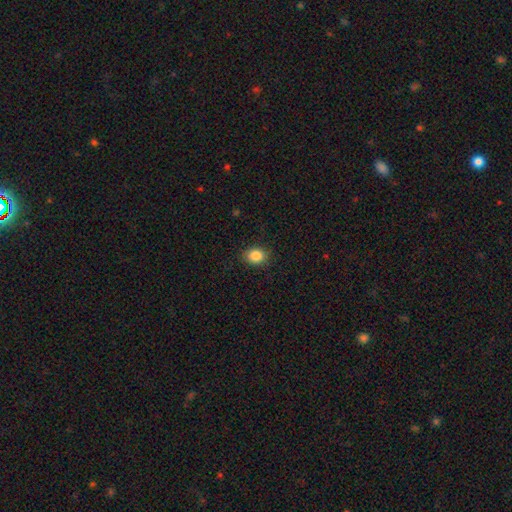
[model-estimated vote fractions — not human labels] A smooth galaxy with no disk features (86%) that is in between round and cigar-shaped (50%).

Vote fractions:
- Smooth or featured? smooth: 86% / star or artifact: 9% / featured or disk: 4%
- How rounded? in between: 50% / round: 49% / cigar-shaped: 1%
- Merging? none: 87% / minor disturbance: 9% / major disturbance: 3% / merger: 1%